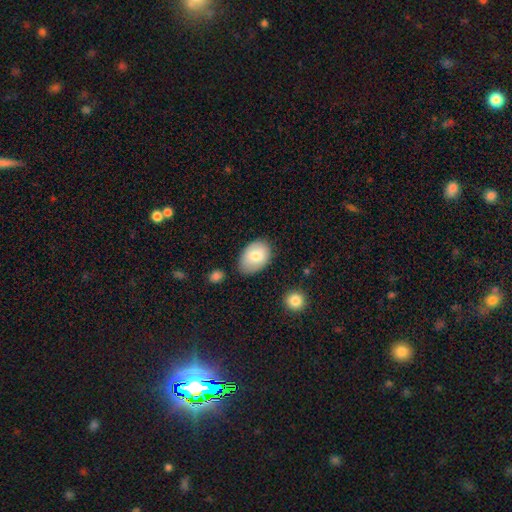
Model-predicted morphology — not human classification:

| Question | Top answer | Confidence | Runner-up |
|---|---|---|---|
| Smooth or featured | smooth | 80% | featured or disk (14%) |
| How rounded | in between | 87% | round (12%) |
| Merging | none | 72% | minor disturbance (20%) |